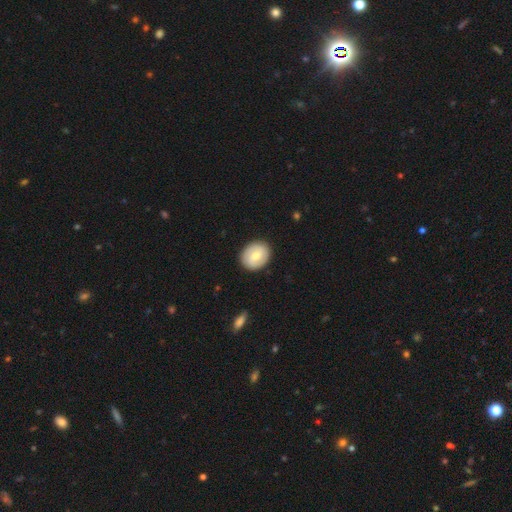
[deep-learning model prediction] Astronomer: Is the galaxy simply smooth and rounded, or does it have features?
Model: smooth — 60%.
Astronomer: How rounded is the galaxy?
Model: round — 69%.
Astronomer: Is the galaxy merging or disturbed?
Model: none — 89%.